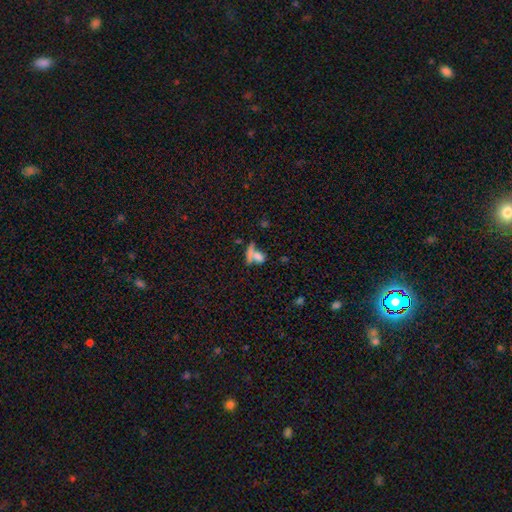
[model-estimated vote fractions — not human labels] The model was most divided on "merging": merger: 50%, none: 31%, minor disturbance: 10%, major disturbance: 9%. More confident: smooth or featured — smooth (65%); how rounded — in between (55%).